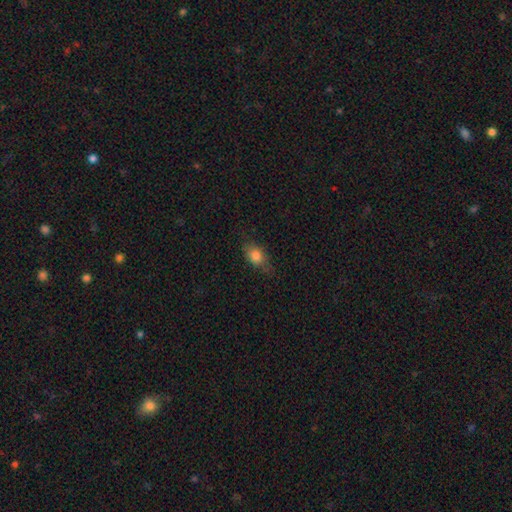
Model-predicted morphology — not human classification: Smooth or featured? smooth (79%)
How rounded? in between (71%)
Merging? none (71%)